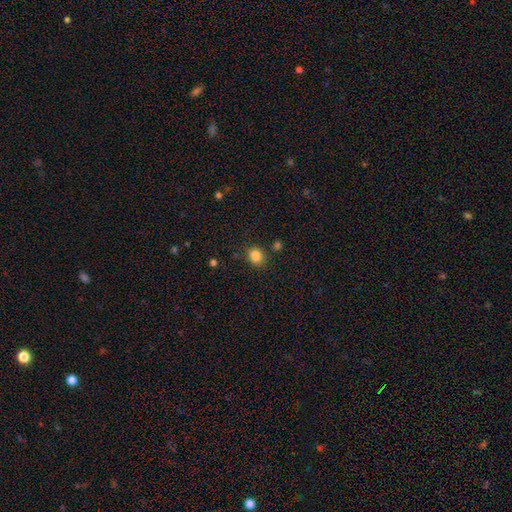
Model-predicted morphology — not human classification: This appears to be a smooth galaxy with no disk features (84%) that is round (70%). Merging: none (83%).